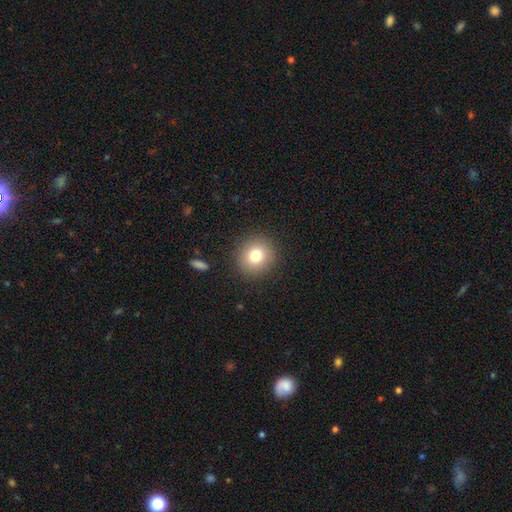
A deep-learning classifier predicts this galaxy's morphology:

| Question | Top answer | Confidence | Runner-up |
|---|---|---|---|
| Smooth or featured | smooth | 79% | star or artifact (11%) |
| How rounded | round | 89% | in between (10%) |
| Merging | none | 90% | minor disturbance (6%) |